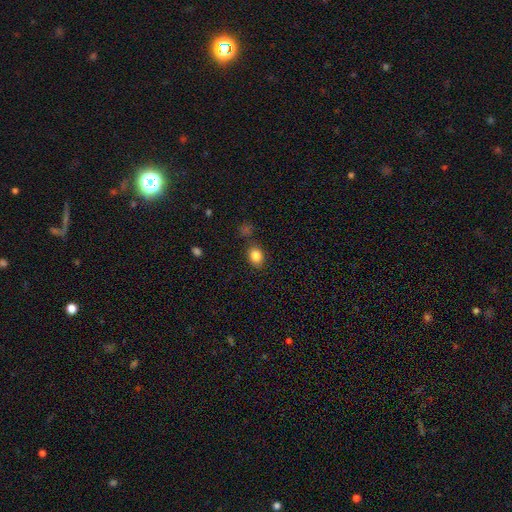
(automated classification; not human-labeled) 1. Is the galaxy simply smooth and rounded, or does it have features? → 85% smooth, 10% star or artifact, 5% featured or disk.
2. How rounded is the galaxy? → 58% in between, 41% round, 1% cigar-shaped.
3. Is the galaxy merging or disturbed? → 79% none, 12% minor disturbance, 6% merger, 3% major disturbance.